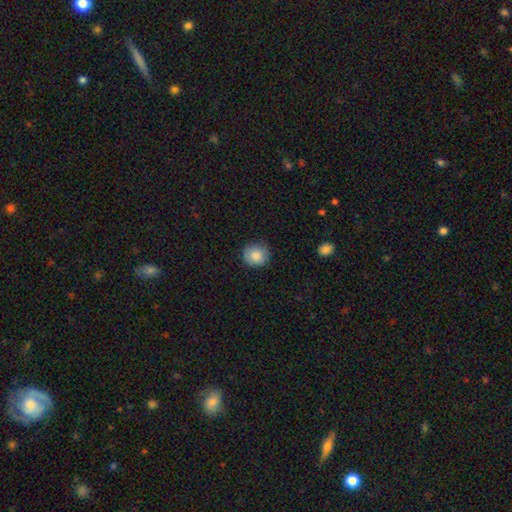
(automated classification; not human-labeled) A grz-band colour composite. It shows a smooth galaxy with no disk features (86%) that is round (86%). Merging: none (82%).